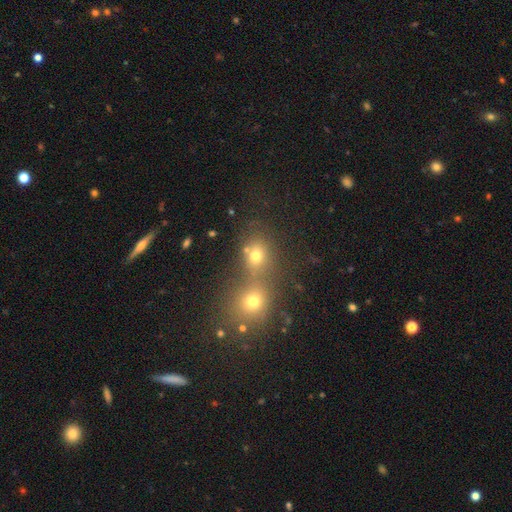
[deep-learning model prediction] Smooth or featured: smooth — 69% (star or artifact — 20%)
How rounded: round — 69% (in between — 30%)
Merging: merger — 45% (none — 44%)